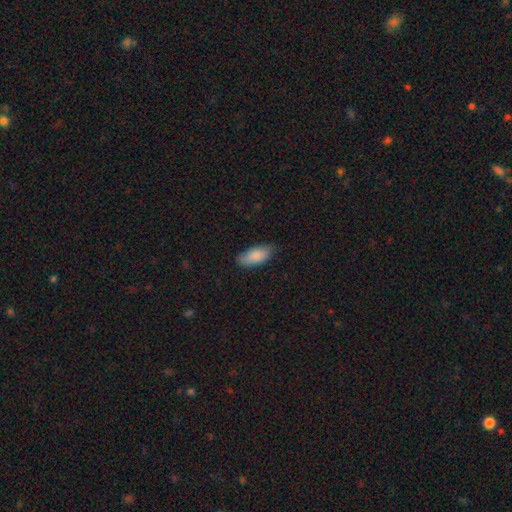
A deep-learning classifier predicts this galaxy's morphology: A smooth galaxy with no disk features (85%) that is in between round and cigar-shaped (88%).

Vote fractions:
- Smooth or featured? smooth: 85% / featured or disk: 10% / star or artifact: 6%
- How rounded? in between: 88% / cigar-shaped: 10% / round: 2%
- Merging? none: 76% / minor disturbance: 20% / major disturbance: 3% / merger: 1%